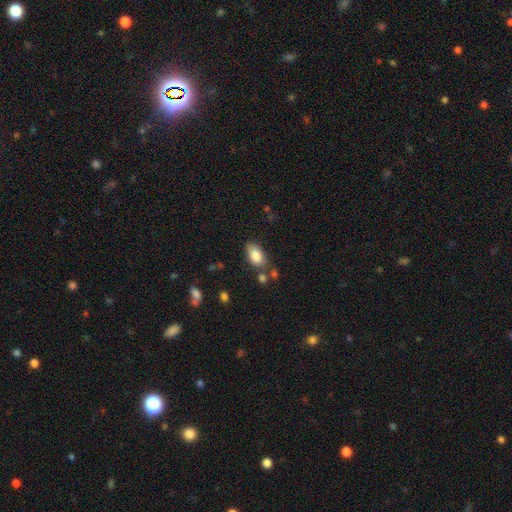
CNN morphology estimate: smooth 85%, featured or disk 8%, star or artifact 7%. Down the decision tree: how rounded — in between (92%); merging — none (69%).